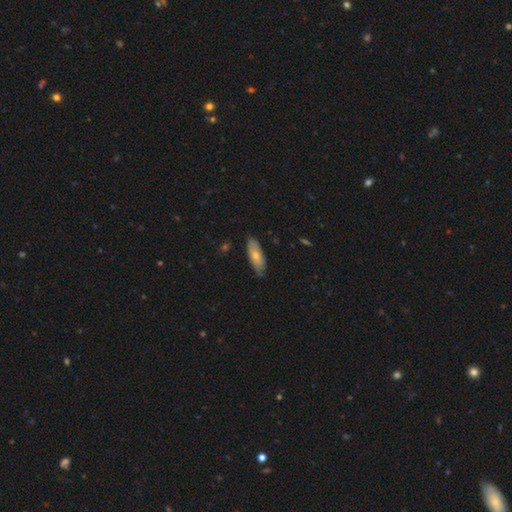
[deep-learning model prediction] smooth 65%, featured or disk 29%, star or artifact 6%. Down the decision tree: how rounded — in between (71%); merging — none (75%).